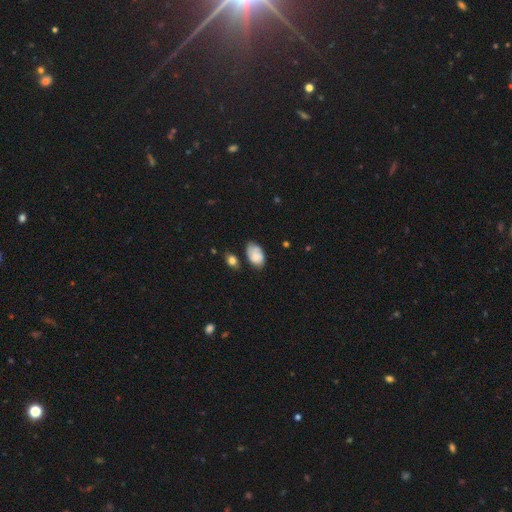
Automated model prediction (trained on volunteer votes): A smooth galaxy with no disk features (74%) that is in between round and cigar-shaped (92%). Merging: none (57%).